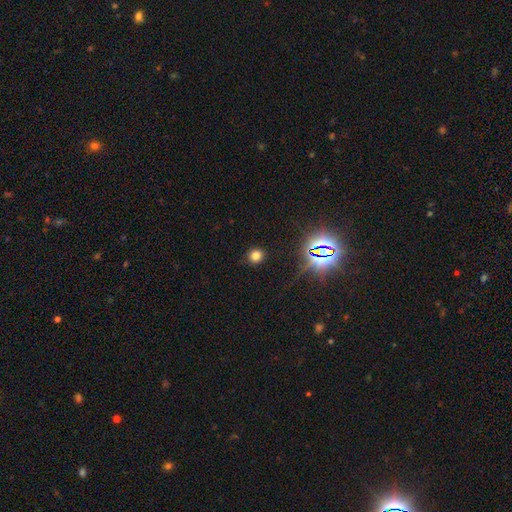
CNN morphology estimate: This is likely a smooth galaxy (72%). How rounded: clearly round (87%). Merging: clearly none (88%).